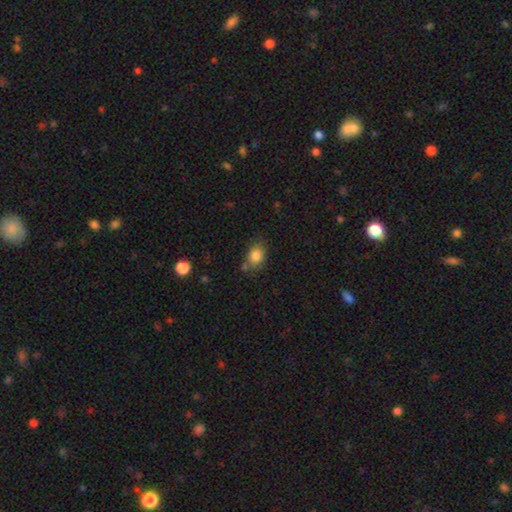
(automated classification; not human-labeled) Smooth or featured? Predicted: smooth (p=0.83). How rounded? Predicted: in between (p=0.63). Merging? Predicted: none (p=0.67).